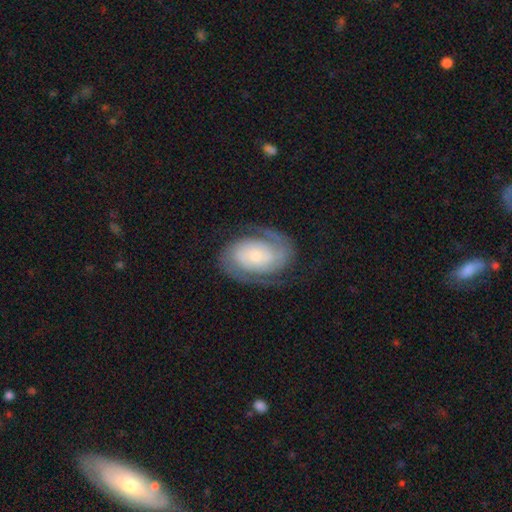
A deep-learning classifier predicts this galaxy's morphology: This appears to be a featured or disk galaxy (85%) with no bar (68%), 2 (87%) tight (54%) spiral arms (96%) and a small central bulge (60%). Merging: none (76%).